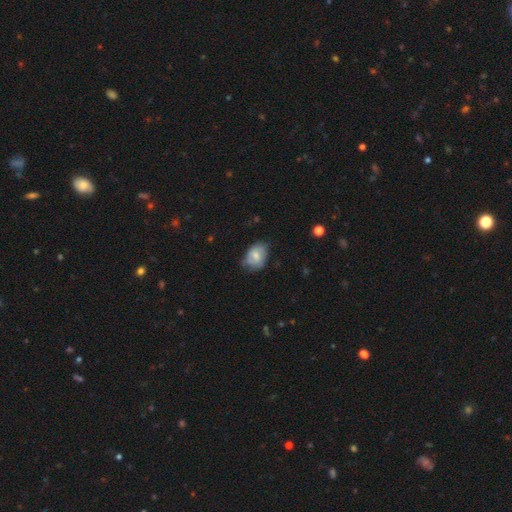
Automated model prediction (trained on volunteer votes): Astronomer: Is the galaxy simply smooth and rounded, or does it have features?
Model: smooth — 66%.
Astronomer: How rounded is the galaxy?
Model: in between — 75%.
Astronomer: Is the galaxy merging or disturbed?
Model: none — 54% (runner-up: minor disturbance, 35%).